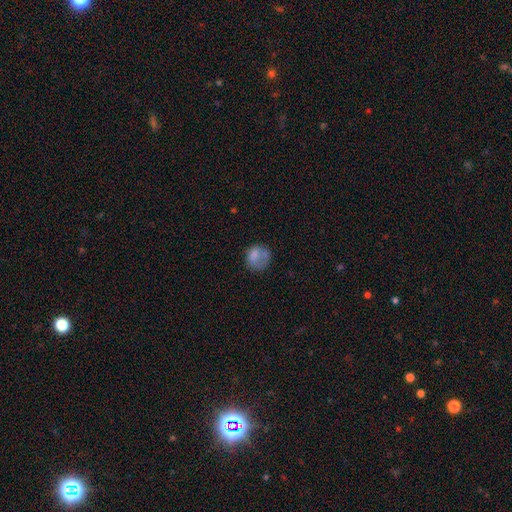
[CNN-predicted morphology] The model was most divided on "merging": none: 46%, minor disturbance: 26%, major disturbance: 22%, merger: 7%. More confident: smooth or featured — smooth (72%); how rounded — round (70%).